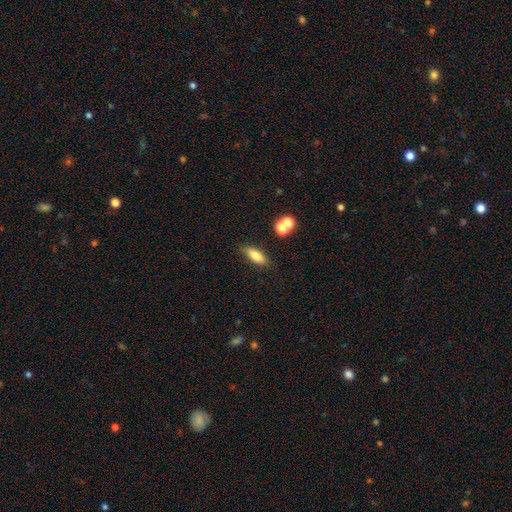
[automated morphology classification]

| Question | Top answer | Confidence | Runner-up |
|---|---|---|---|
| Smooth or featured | smooth | 76% | featured or disk (15%) |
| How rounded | in between | 67% | cigar-shaped (30%) |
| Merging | none | 80% | minor disturbance (11%) |